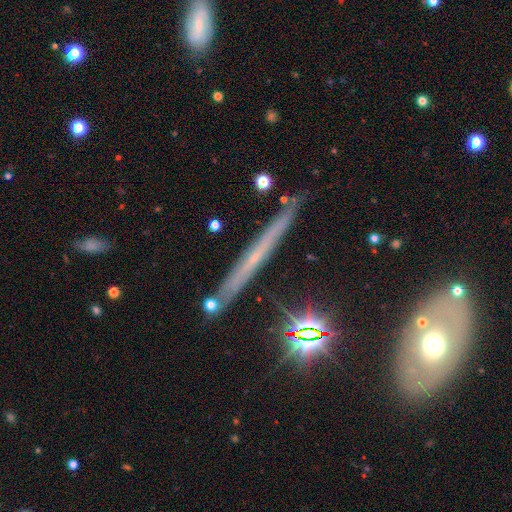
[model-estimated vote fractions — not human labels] featured or disk 64%, smooth 24%, star or artifact 12%. Down the decision tree: edge-on disk — yes (95%); edge-on bulge — none (71%); merging — none (86%).